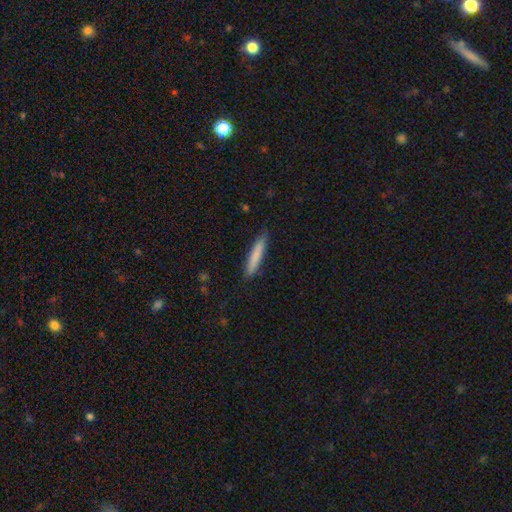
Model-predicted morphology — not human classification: Smooth or featured: smooth — 79% (featured or disk — 15%)
How rounded: cigar-shaped — 92% (in between — 7%)
Merging: none — 86% (minor disturbance — 11%)